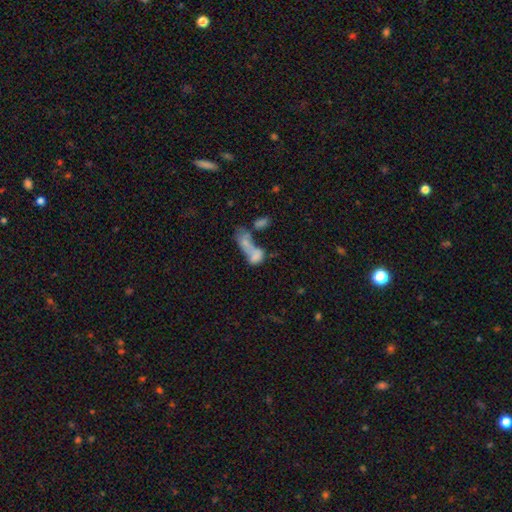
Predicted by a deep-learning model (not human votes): Overall: smooth (62%; featured or disk 27%). How rounded: in between (76%). Merging: merger (69%).